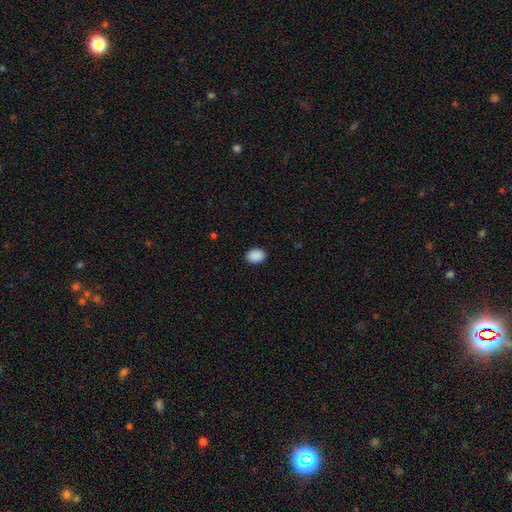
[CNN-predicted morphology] Smooth or featured: smooth — 90% (star or artifact — 8%)
How rounded: in between — 64% (round — 35%)
Merging: none — 90% (minor disturbance — 7%)